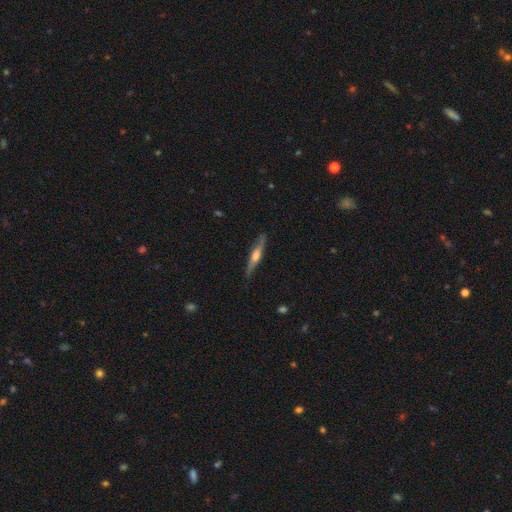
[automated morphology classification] Q: Smooth or featured?
A: featured or disk (65%); runner-up: smooth (30%)
Q: Edge-on disk?
A: yes (93%); runner-up: no (7%)
Q: Edge-on bulge?
A: rounded (78%); runner-up: boxy (14%)
Q: Merging?
A: none (83%); runner-up: minor disturbance (13%)